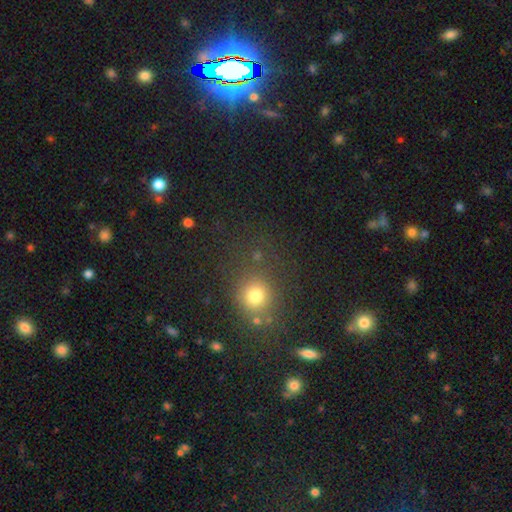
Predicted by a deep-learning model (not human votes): Smooth or featured: smooth — 59% (star or artifact — 33%)
How rounded: round — 82% (in between — 17%)
Merging: none — 79% (minor disturbance — 11%)